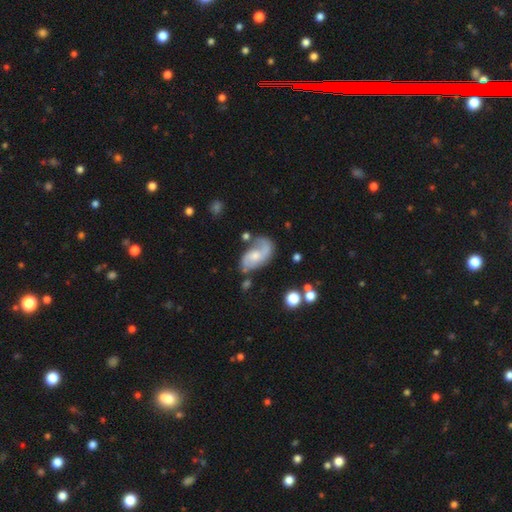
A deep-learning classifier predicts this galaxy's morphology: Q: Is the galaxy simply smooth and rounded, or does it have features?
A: featured or disk — 74%.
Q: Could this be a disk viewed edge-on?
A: no — 96%.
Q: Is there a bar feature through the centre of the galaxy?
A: no — 59%.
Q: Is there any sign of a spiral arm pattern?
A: yes — 91%.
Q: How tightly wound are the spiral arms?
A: loose — 45%.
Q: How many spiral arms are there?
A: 2 — 75%.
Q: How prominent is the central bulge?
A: moderate — 50%.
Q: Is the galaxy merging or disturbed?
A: none — 52%.